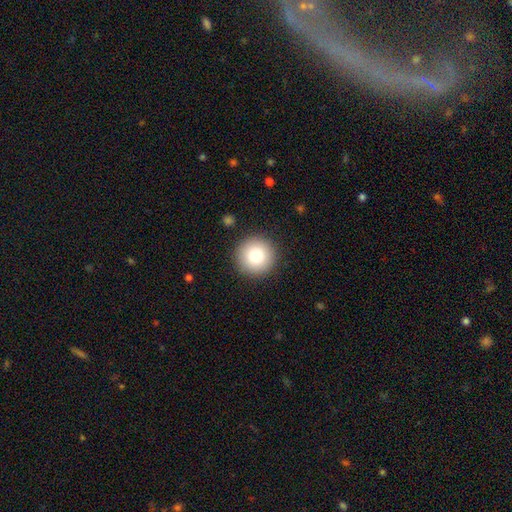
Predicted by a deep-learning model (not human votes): smooth_or_featured: smooth (p=0.80) [alt: star or artifact p=0.10]
how_rounded: round (p=0.96) [alt: in between p=0.03]
merging: none (p=0.91) [alt: minor disturbance p=0.06]